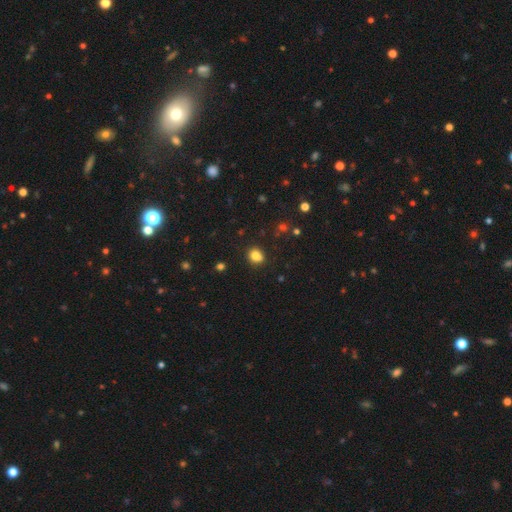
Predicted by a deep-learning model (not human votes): Smooth or featured? Predicted: smooth (p=0.80). How rounded? Predicted: round (p=0.58). Merging? Predicted: none (p=0.68).